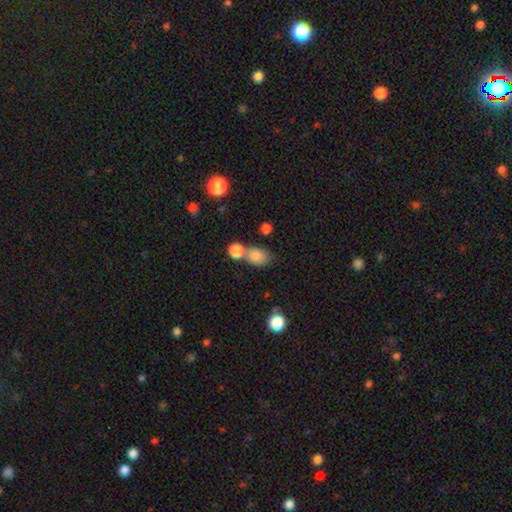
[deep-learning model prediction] This appears to be a smooth galaxy with no disk features (84%) that is in between round and cigar-shaped (72%). Merging: none (43%).